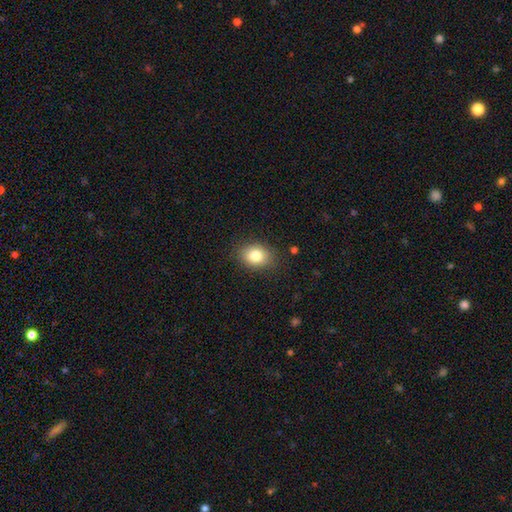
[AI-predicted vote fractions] Morphology: type=smooth (82%); roundness=in between (63%); merging=none (84%).